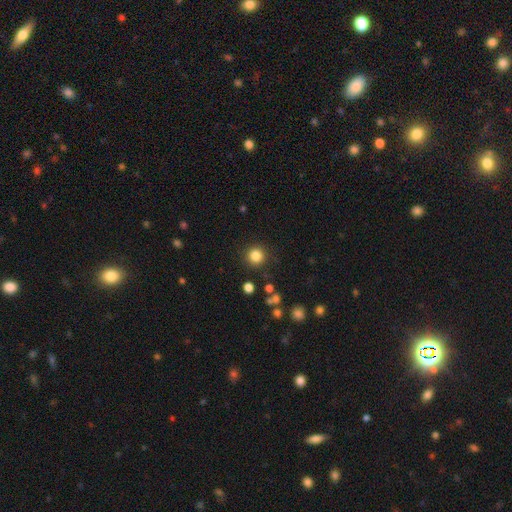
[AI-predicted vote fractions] The model was most divided on "smooth or featured": smooth: 84%, star or artifact: 12%, featured or disk: 5%. More confident: how rounded — round (94%); merging — none (89%).